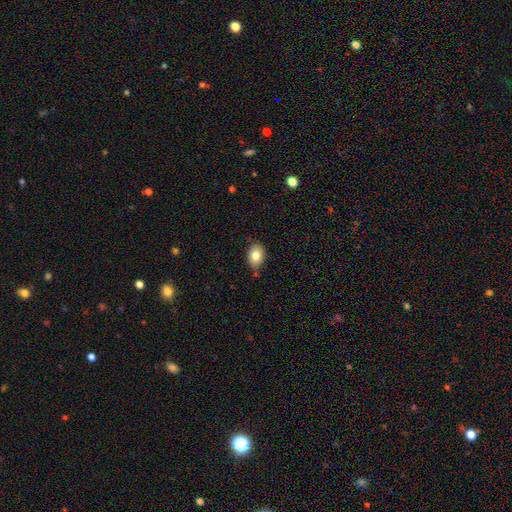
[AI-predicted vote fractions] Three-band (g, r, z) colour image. It shows a smooth galaxy with no disk features (81%) that is in between round and cigar-shaped (79%). Merging: none (80%).